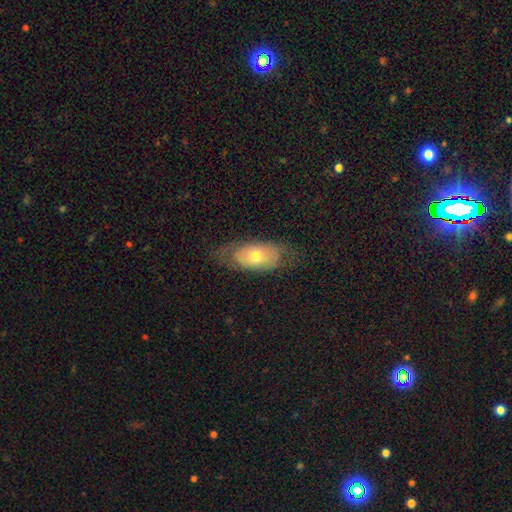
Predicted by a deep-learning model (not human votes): smooth 51%, featured or disk 41%, star or artifact 7%. Down the decision tree: how rounded — in between (89%); merging — none (66%).